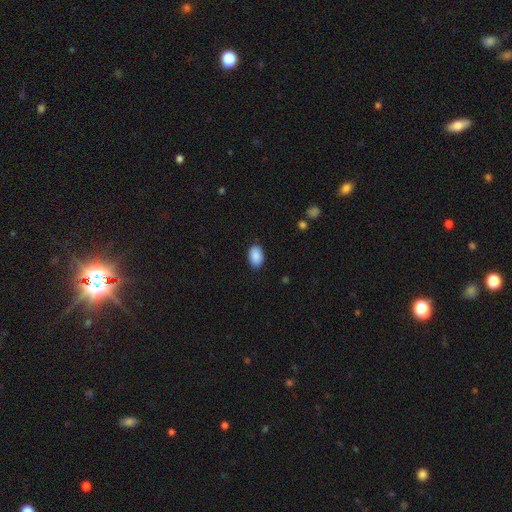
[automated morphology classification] A smooth galaxy with no disk features (90%) that is in between round and cigar-shaped (89%).

Vote fractions:
- Smooth or featured? smooth: 90% / star or artifact: 7% / featured or disk: 3%
- How rounded? in between: 89% / round: 10% / cigar-shaped: 1%
- Merging? none: 87% / minor disturbance: 10% / major disturbance: 2% / merger: 1%